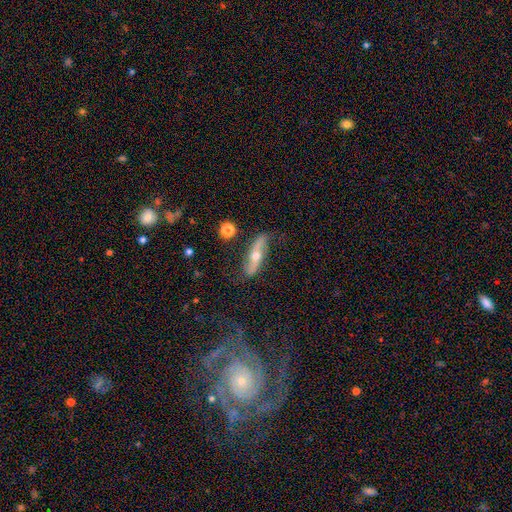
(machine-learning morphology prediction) type=featured or disk (69%); edge-on=no (59%); merging=none (76%).